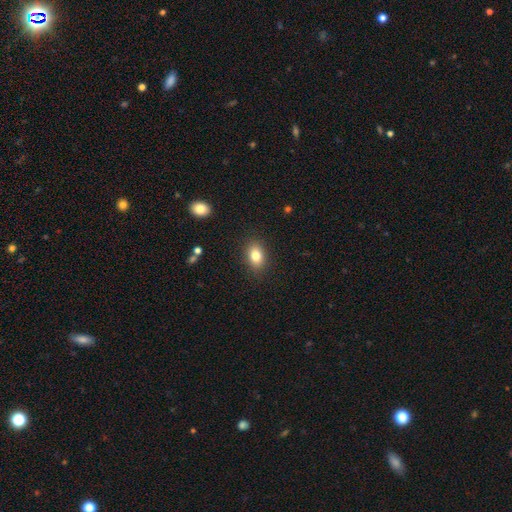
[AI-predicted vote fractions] Smooth or featured? smooth (81%)
How rounded? in between (81%)
Merging? none (87%)